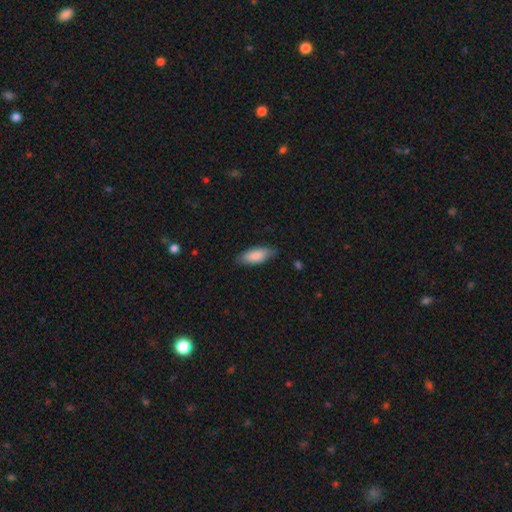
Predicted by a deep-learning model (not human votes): smooth-or-featured: smooth: 87% | featured or disk: 8% | star or artifact: 6%
  how-rounded: in between: 75% | cigar-shaped: 23% | round: 2%
  merging: none: 82% | minor disturbance: 14% | major disturbance: 3% | merger: 1%